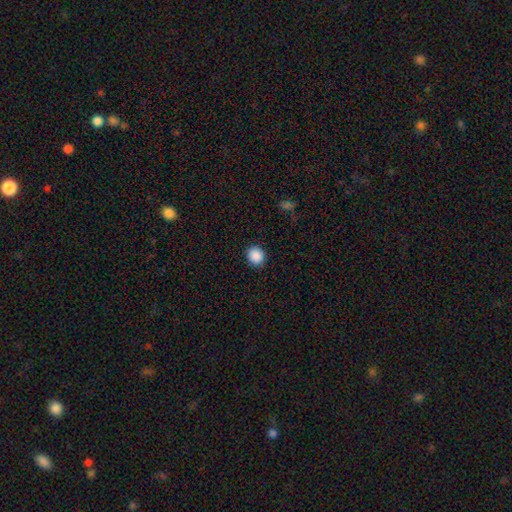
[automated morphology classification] A smooth galaxy with no disk features (89%) that is round (85%).

Vote fractions:
- Smooth or featured? smooth: 89% / star or artifact: 9% / featured or disk: 2%
- How rounded? round: 85% / in between: 15% / cigar-shaped: 1%
- Merging? none: 92% / minor disturbance: 6% / major disturbance: 2% / merger: 1%